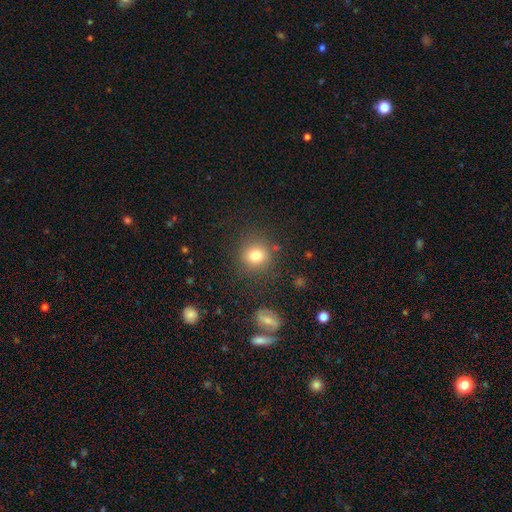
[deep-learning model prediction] smooth 80%, star or artifact 12%, featured or disk 8%. Down the decision tree: how rounded — round (88%); merging — none (84%).